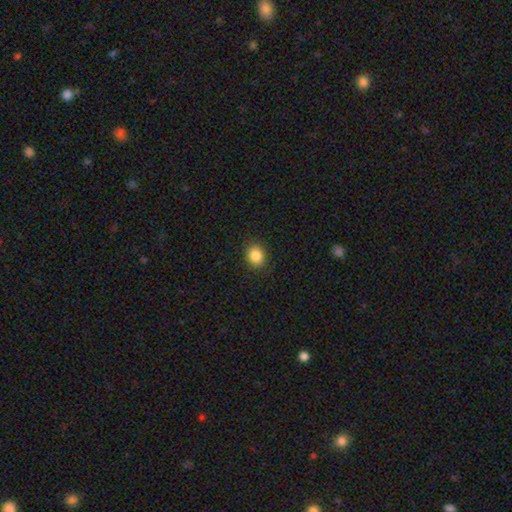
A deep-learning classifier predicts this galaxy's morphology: Smooth or featured? smooth (86%)
How rounded? round (69%)
Merging? none (89%)